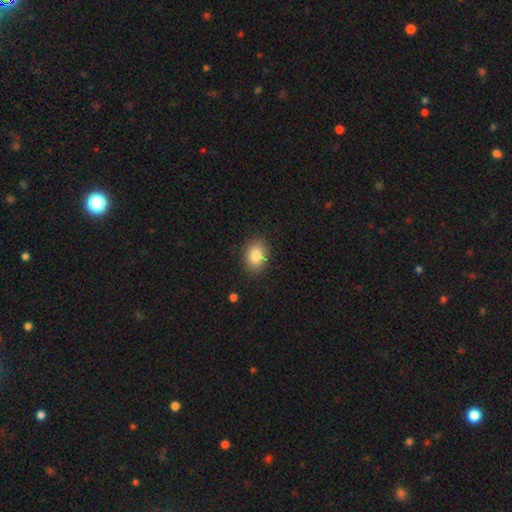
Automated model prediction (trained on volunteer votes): Morphology: type=smooth (83%); roundness=in between (70%); merging=none (87%).